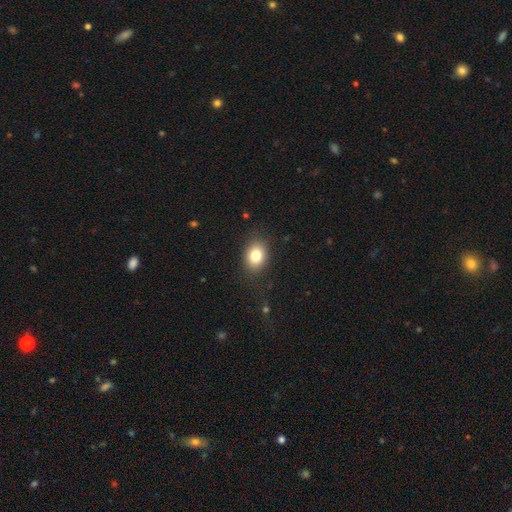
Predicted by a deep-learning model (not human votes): The model was most divided on "how rounded": in between: 66%, round: 33%, cigar-shaped: 1%. More confident: merging — none (83%); smooth or featured — smooth (81%).